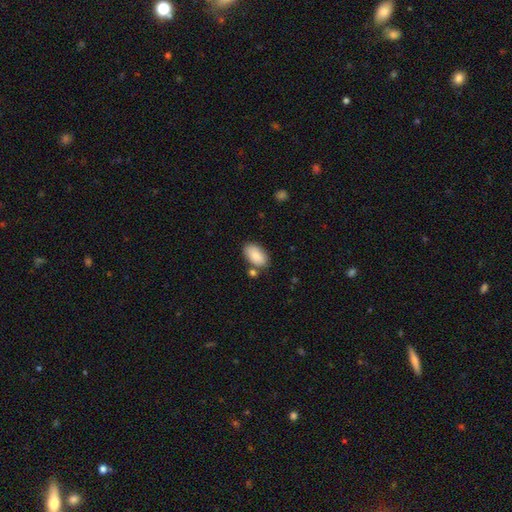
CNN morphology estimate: This is clearly a smooth galaxy (87%). How rounded: clearly in between (95%). Merging: likely none (75%).